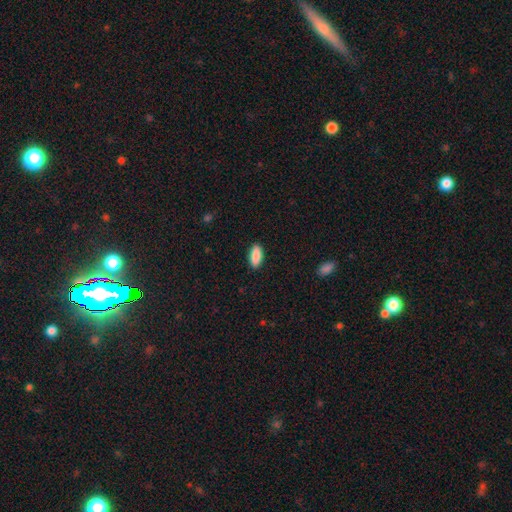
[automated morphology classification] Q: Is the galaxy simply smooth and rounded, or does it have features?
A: smooth — 89%.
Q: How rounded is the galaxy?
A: in between — 85%.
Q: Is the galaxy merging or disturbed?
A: none — 90%.